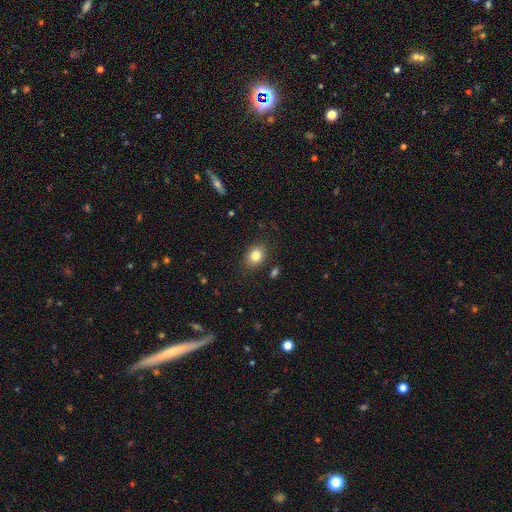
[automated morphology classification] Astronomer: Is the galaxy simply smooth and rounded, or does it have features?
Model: smooth — 82%.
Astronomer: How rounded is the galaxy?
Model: in between — 59% (runner-up: round, 40%).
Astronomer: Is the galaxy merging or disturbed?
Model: none — 84%.